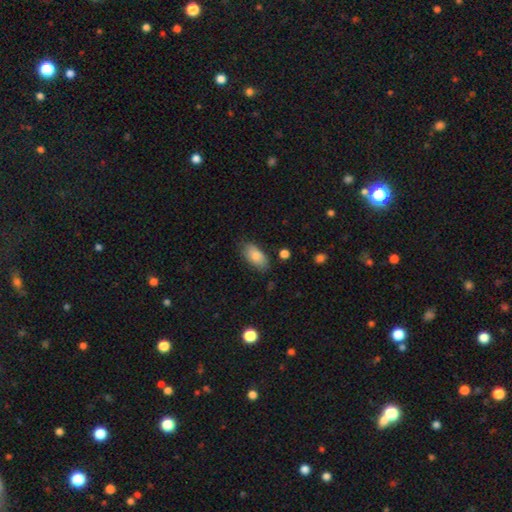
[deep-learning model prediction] Smooth or featured: smooth — 85% (featured or disk — 9%)
How rounded: in between — 92% (cigar-shaped — 5%)
Merging: none — 75% (minor disturbance — 19%)